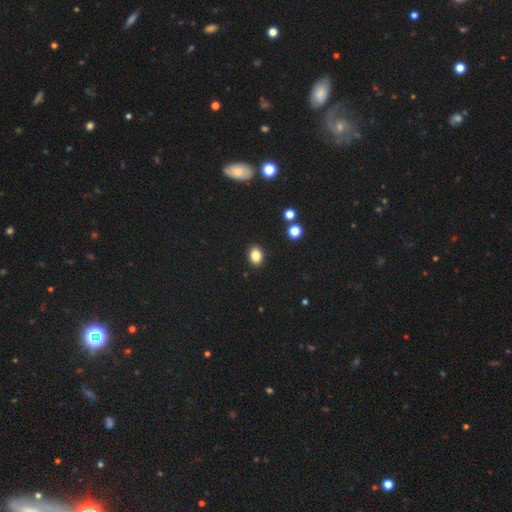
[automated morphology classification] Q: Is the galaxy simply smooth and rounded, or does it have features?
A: smooth — 84%.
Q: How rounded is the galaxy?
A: in between — 70%.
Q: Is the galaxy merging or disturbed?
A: none — 90%.